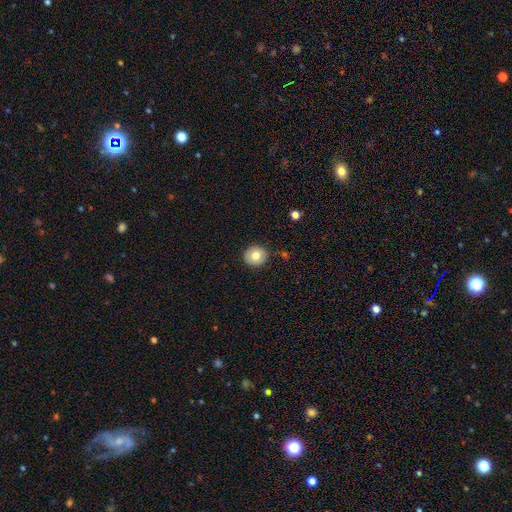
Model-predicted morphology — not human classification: smooth-or-featured: smooth: 76% | featured or disk: 15% | star or artifact: 9%
  how-rounded: round: 90% | in between: 10% | cigar-shaped: 1%
  merging: none: 89% | minor disturbance: 7% | major disturbance: 2% | merger: 2%